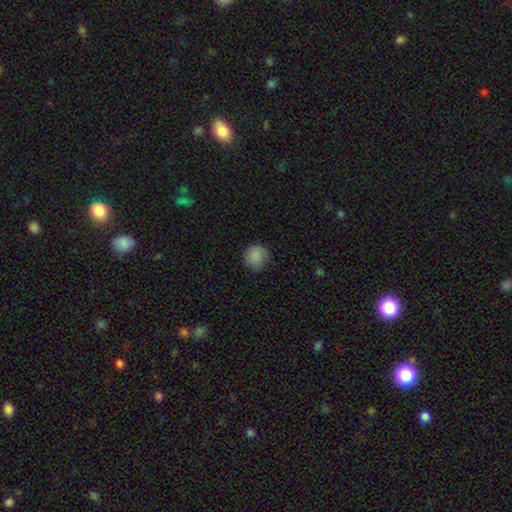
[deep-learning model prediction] Smooth or featured? Predicted: smooth (p=0.86). How rounded? Predicted: round (p=0.89). Merging? Predicted: none (p=0.78).